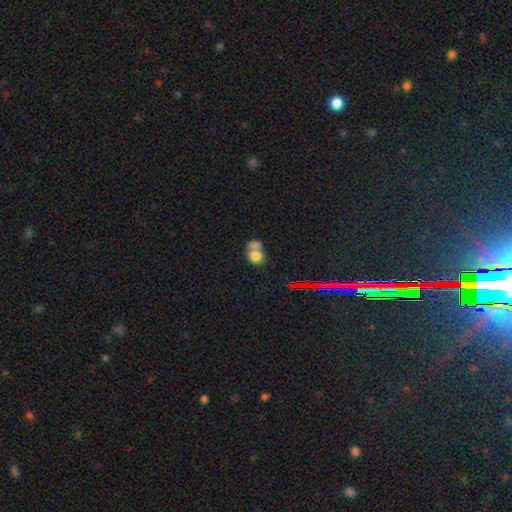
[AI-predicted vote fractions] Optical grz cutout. It shows a smooth galaxy with no disk features (73%) that is round (60%). Merging: merger (57%).